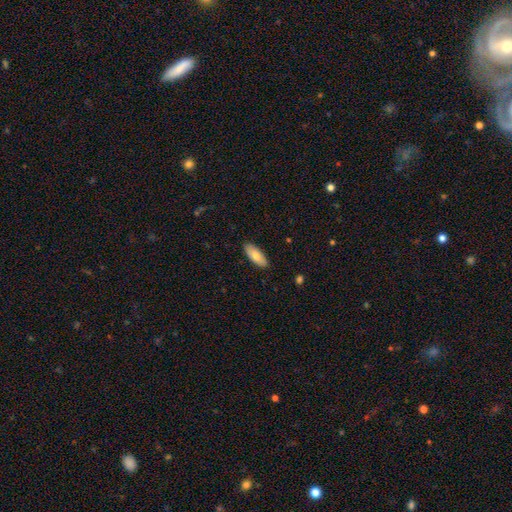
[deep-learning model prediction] smooth 76%, featured or disk 18%, star or artifact 6%. Down the decision tree: how rounded — in between (80%); merging — none (88%).